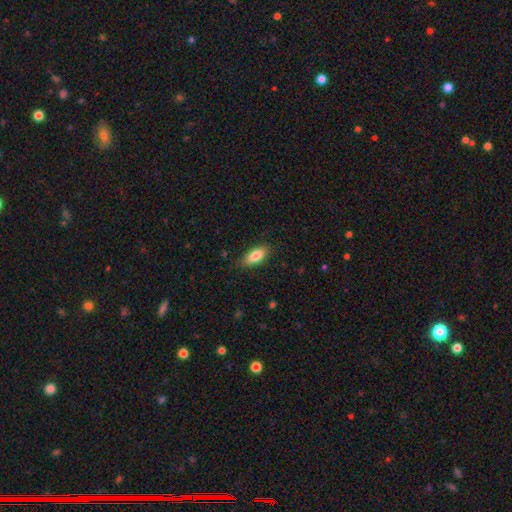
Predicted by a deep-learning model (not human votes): Smooth or featured: smooth — 83% (featured or disk — 10%)
How rounded: in between — 84% (cigar-shaped — 14%)
Merging: none — 84% (minor disturbance — 12%)